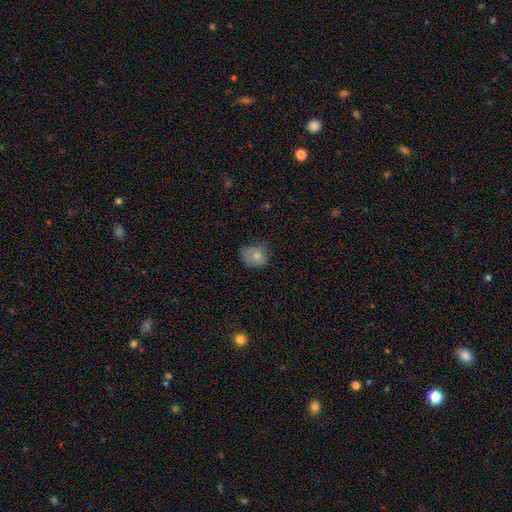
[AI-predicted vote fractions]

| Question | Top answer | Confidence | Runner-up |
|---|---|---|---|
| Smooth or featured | smooth | 75% | featured or disk (14%) |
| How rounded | round | 54% | in between (45%) |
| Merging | none | 50% | minor disturbance (34%) |